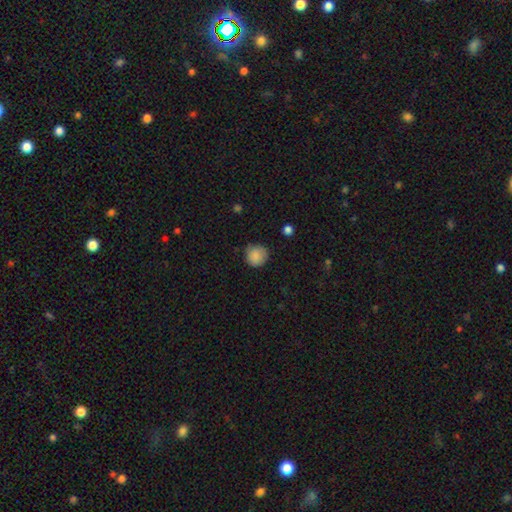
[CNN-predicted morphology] The model was most divided on "merging": none: 78%, minor disturbance: 18%, major disturbance: 3%, merger: 1%. More confident: how rounded — round (92%); smooth or featured — smooth (87%).